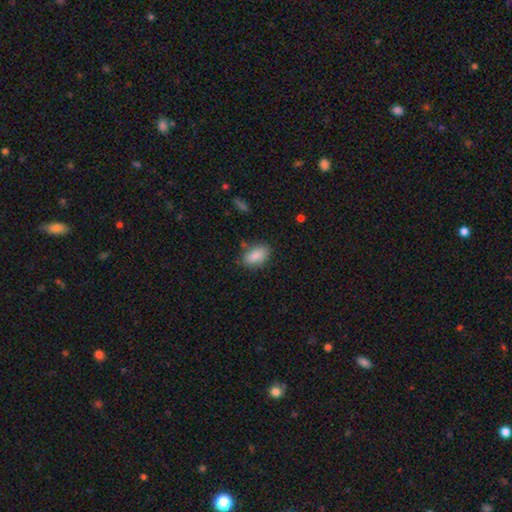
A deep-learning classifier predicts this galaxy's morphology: type=smooth (87%); roundness=in between (90%); merging=none (77%).